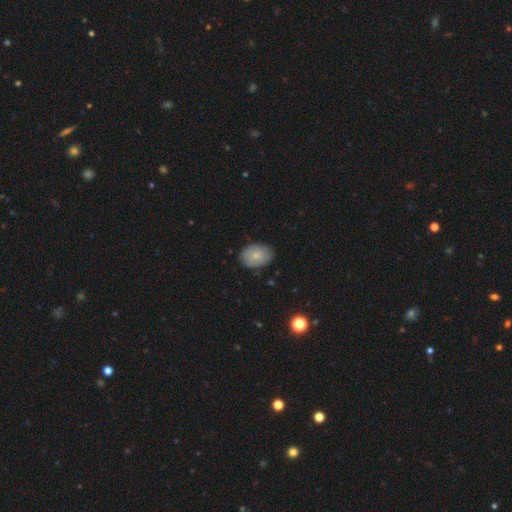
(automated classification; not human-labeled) This is likely a smooth galaxy (77%). How rounded: likely in between (79%). Merging: clearly none (83%).